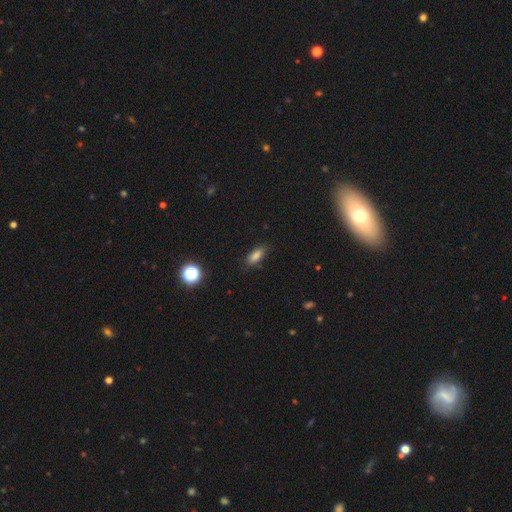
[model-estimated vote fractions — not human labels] The model was most divided on "how rounded": in between: 76%, cigar-shaped: 20%, round: 4%. More confident: merging — none (83%); smooth or featured — smooth (82%).